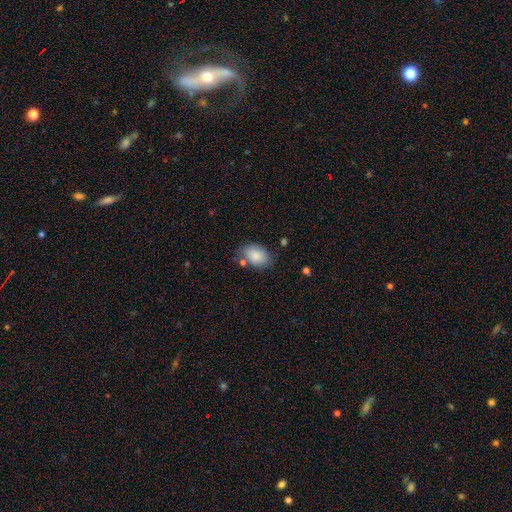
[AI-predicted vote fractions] Smooth or featured: smooth — 86% (star or artifact — 7%)
How rounded: in between — 82% (round — 17%)
Merging: none — 73% (minor disturbance — 17%)